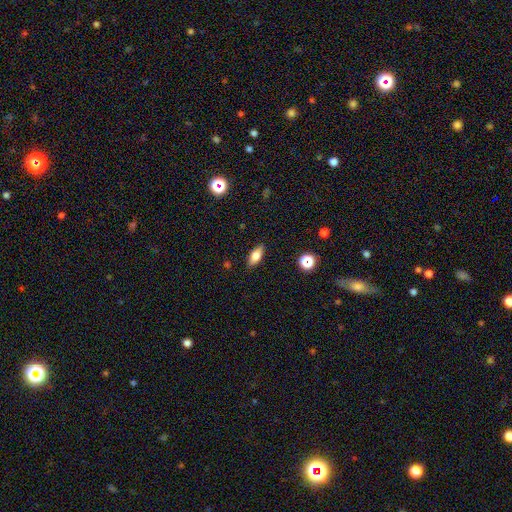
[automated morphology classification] smooth-or-featured: smooth: 74% | featured or disk: 17% | star or artifact: 9%
  how-rounded: in between: 77% | cigar-shaped: 19% | round: 4%
  merging: none: 87% | minor disturbance: 9% | major disturbance: 2% | merger: 1%